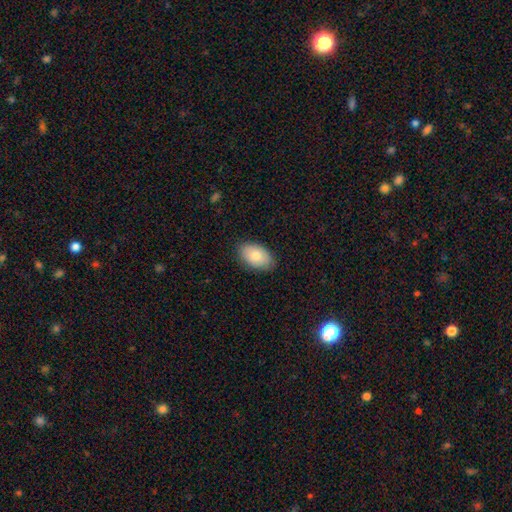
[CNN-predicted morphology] Smooth or featured? smooth (80%)
How rounded? in between (93%)
Merging? none (84%)